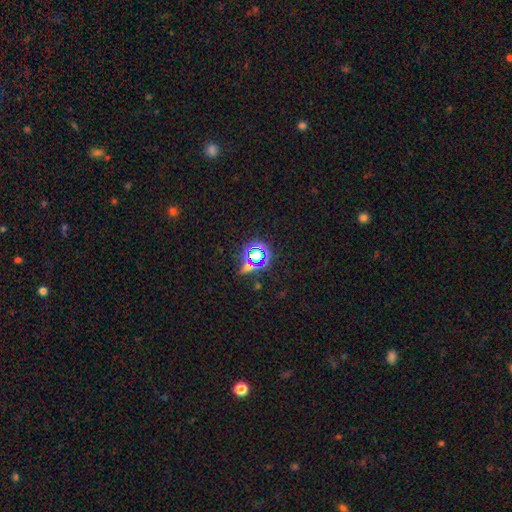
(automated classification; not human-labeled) A star or artifact, not a galaxy (64%).

Vote fractions:
- Smooth or featured? star or artifact: 64% / smooth: 25% / featured or disk: 11%